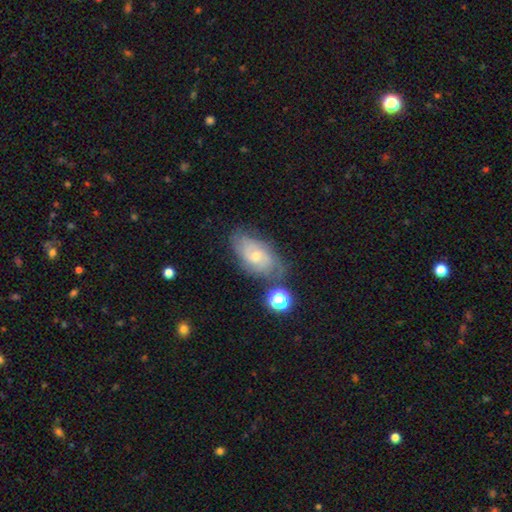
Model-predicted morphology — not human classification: type=featured or disk (63%); edge-on=no (93%); bar=no (69%); spiral arms=yes (84%); bulge=small (56%); merging=none (61%).